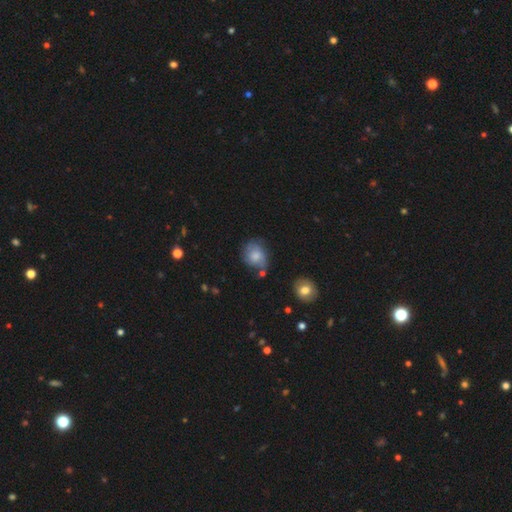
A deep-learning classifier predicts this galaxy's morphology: The model was most divided on "how rounded": round: 58%, in between: 41%, cigar-shaped: 1%. More confident: smooth or featured — smooth (66%); merging — none (53%).